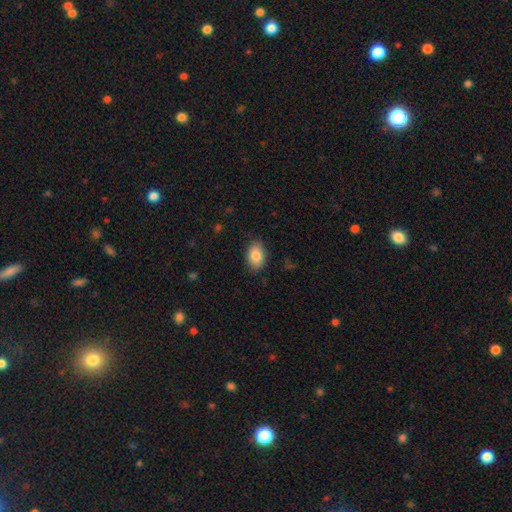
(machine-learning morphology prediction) A smooth galaxy with no disk features (84%) that is in between round and cigar-shaped (87%). Merging: none (86%).